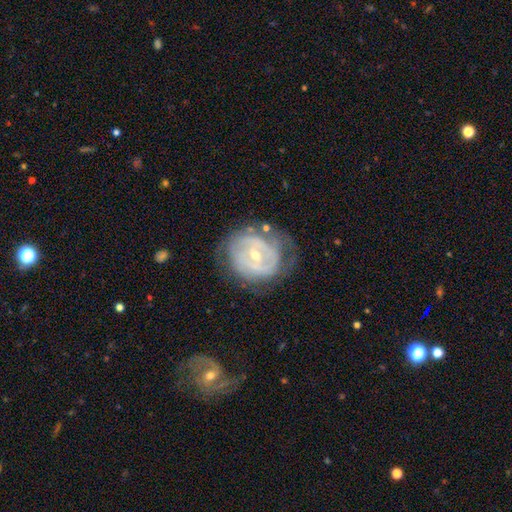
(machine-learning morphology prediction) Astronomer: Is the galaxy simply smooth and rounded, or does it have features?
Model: featured or disk — 77%.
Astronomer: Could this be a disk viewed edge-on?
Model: no — 96%.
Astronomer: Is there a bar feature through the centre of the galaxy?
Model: weak — 45% (runner-up: no, 32%).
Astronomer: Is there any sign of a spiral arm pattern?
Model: yes — 70%.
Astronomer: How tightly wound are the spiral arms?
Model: tight — 64%.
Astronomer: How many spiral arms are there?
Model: can't tell — 45% (runner-up: 2, 34%).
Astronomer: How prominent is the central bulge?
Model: small — 54% (runner-up: moderate, 42%).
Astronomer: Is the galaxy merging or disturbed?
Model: none — 59%.